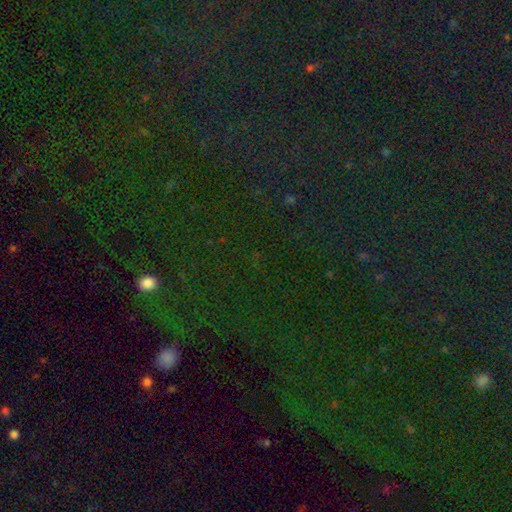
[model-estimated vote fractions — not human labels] A star or artifact, not a galaxy (79%).